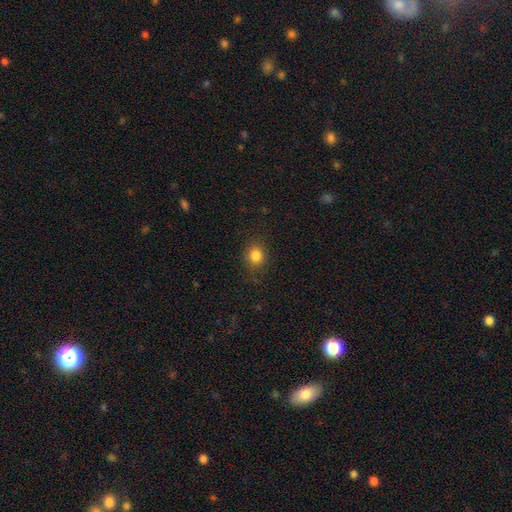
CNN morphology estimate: smooth-or-featured: smooth: 83% | star or artifact: 12% | featured or disk: 5%
  how-rounded: round: 81% | in between: 18% | cigar-shaped: 1%
  merging: none: 86% | minor disturbance: 10% | major disturbance: 3% | merger: 1%